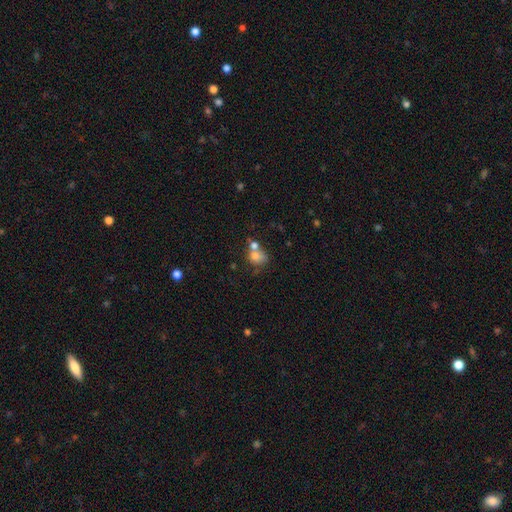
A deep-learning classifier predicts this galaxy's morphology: This is likely a smooth galaxy (74%). How rounded: possibly round (56%). Merging: possibly merger (49%).